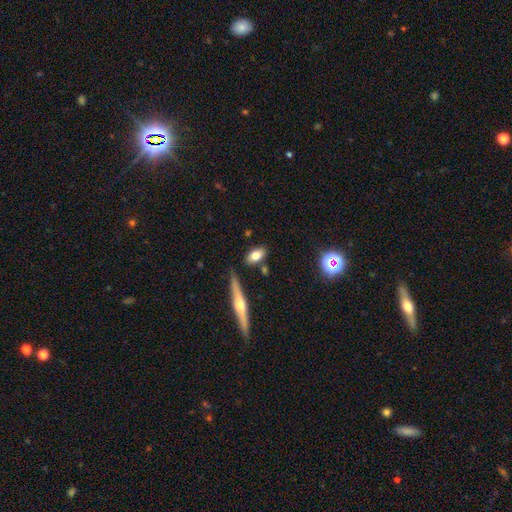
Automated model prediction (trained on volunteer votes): Overall: smooth (74%). How rounded: in between (86%). Merging: none (80%).